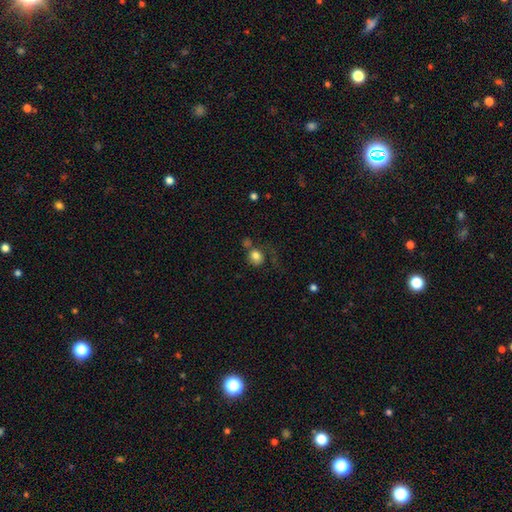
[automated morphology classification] smooth 77%, featured or disk 13%, star or artifact 10%. Down the decision tree: how rounded — round (68%); merging — none (42%).